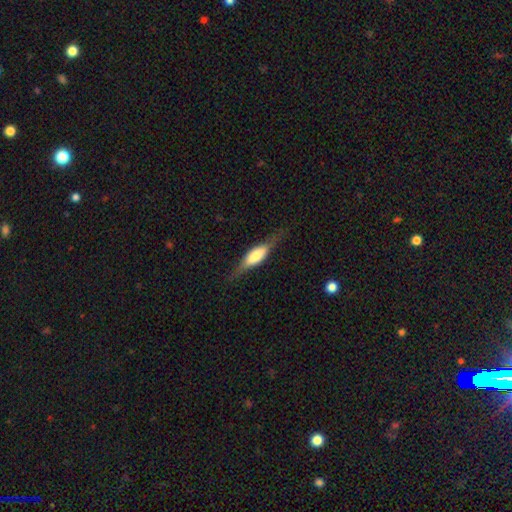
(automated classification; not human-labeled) Smooth or featured? featured or disk (50%)
Merging? none (75%)